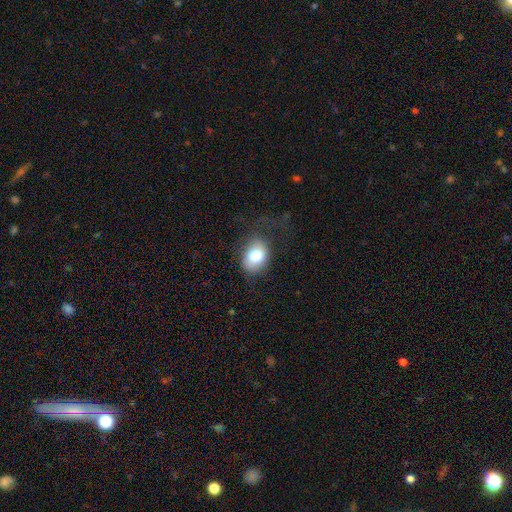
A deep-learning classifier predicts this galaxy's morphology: Q: Smooth or featured?
A: smooth (77%); runner-up: featured or disk (14%)
Q: How rounded?
A: in between (65%); runner-up: round (34%)
Q: Merging?
A: none (61%); runner-up: minor disturbance (22%)